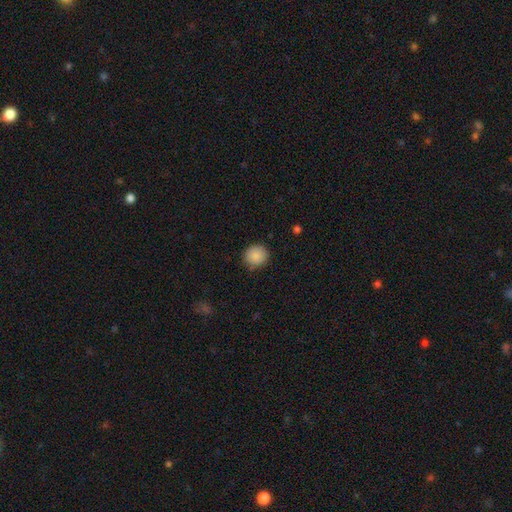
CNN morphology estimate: Smooth or featured?
  - smooth: 88% *
  - star or artifact: 8%
  - featured or disk: 4%
How rounded?
  - round: 89% *
  - in between: 10%
  - cigar-shaped: 1%
Merging?
  - none: 85% *
  - minor disturbance: 11%
  - major disturbance: 2%
  - merger: 1%